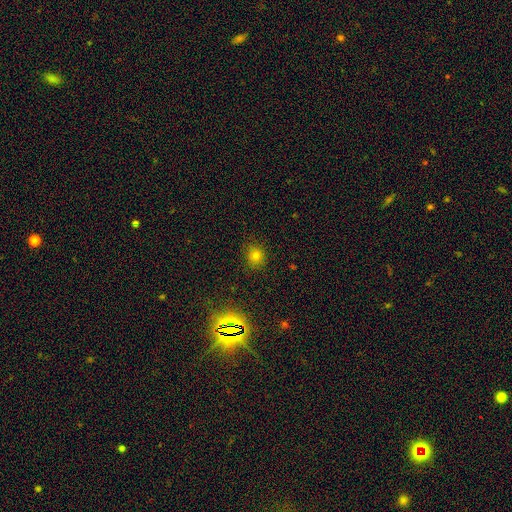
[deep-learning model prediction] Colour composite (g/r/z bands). It shows a smooth galaxy with no disk features (73%) that is round (82%). Merging: none (86%).